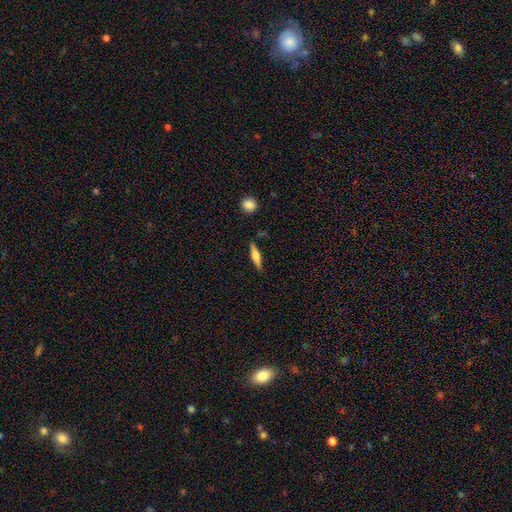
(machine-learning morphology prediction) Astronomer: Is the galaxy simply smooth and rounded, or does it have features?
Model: featured or disk — 51% (runner-up: smooth, 42%).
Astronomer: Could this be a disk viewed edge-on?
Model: yes — 95%.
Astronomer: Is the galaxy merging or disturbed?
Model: none — 86%.